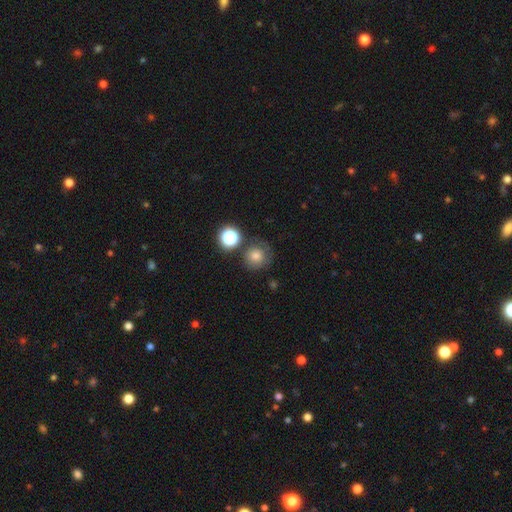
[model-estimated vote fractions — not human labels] smooth-or-featured: smooth: 74% | star or artifact: 15% | featured or disk: 11%
  how-rounded: round: 91% | in between: 8% | cigar-shaped: 1%
  merging: none: 68% | minor disturbance: 15% | merger: 10% | major disturbance: 7%